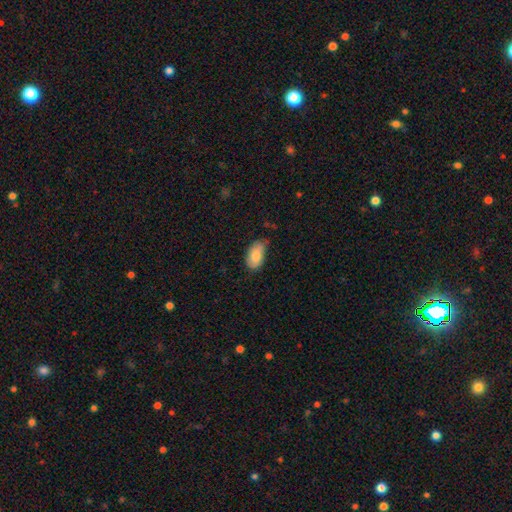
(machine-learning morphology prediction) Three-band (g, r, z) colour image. It shows a smooth galaxy with no disk features (82%) that is in between round and cigar-shaped (94%). Merging: none (64%).